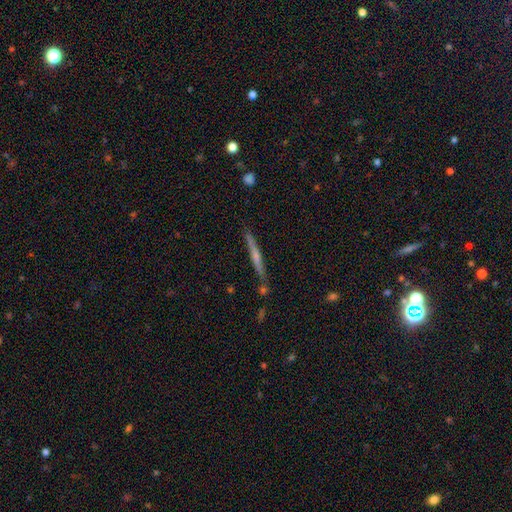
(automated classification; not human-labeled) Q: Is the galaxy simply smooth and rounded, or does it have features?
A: featured or disk — 58%.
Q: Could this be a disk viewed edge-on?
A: yes — 97%.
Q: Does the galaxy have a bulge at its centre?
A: rounded — 50%.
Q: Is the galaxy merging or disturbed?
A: none — 82%.